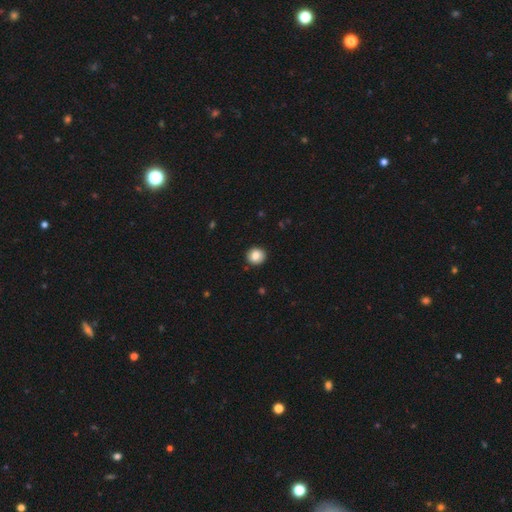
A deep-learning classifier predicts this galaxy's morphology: Smooth or featured?
  - smooth: 84% *
  - star or artifact: 9%
  - featured or disk: 7%
How rounded?
  - round: 88% *
  - in between: 11%
  - cigar-shaped: 1%
Merging?
  - none: 91% *
  - minor disturbance: 6%
  - major disturbance: 2%
  - merger: 1%